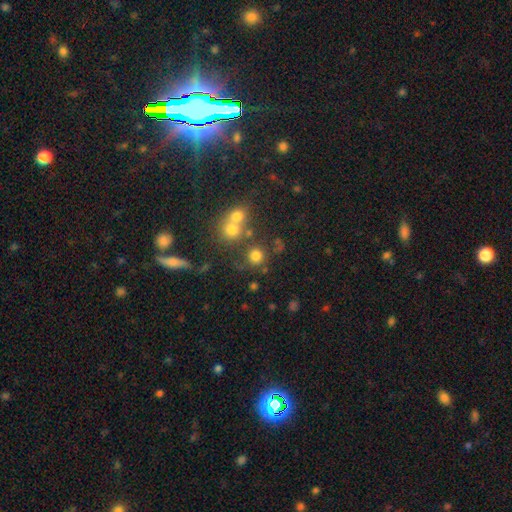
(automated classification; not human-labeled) Smooth or featured: smooth — 76% (star or artifact — 16%)
How rounded: round — 90% (in between — 9%)
Merging: none — 66% (merger — 19%)